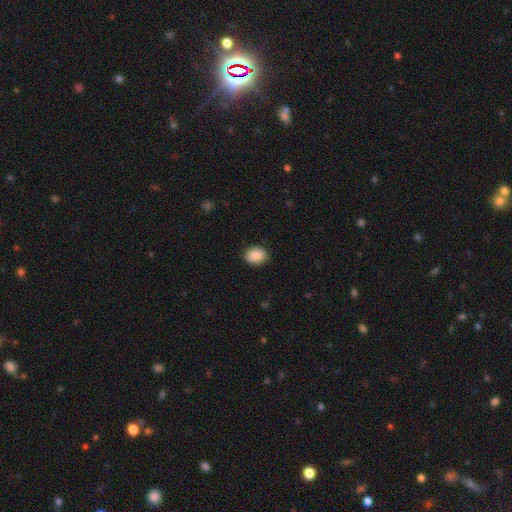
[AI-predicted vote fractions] Smooth or featured: smooth — 86% (star or artifact — 8%)
How rounded: in between — 51% (round — 48%)
Merging: none — 89% (minor disturbance — 8%)